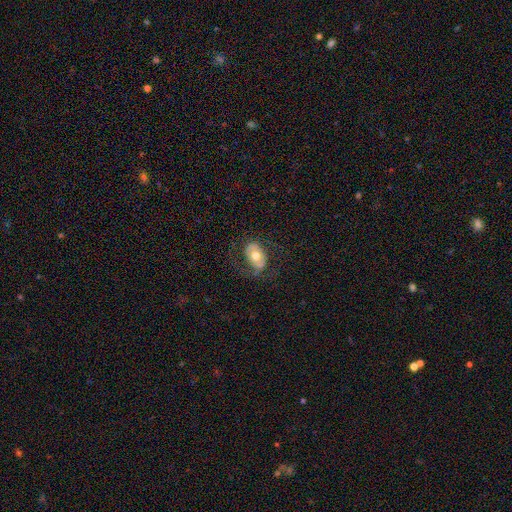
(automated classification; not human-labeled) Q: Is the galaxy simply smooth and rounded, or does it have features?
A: featured or disk — 47%.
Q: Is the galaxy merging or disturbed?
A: none — 69%.